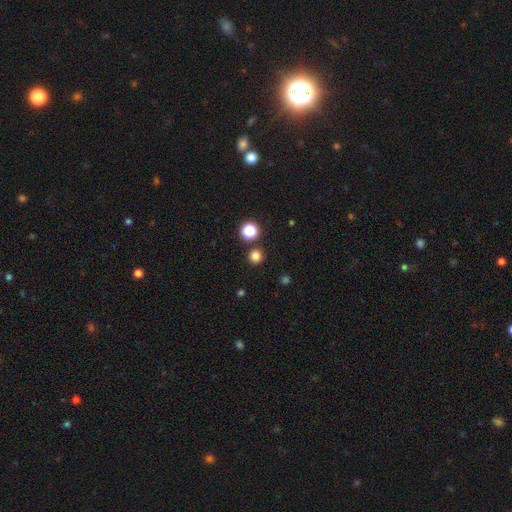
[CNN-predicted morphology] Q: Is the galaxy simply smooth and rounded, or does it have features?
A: smooth — 80%.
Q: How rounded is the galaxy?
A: round — 94%.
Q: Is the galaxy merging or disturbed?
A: none — 87%.